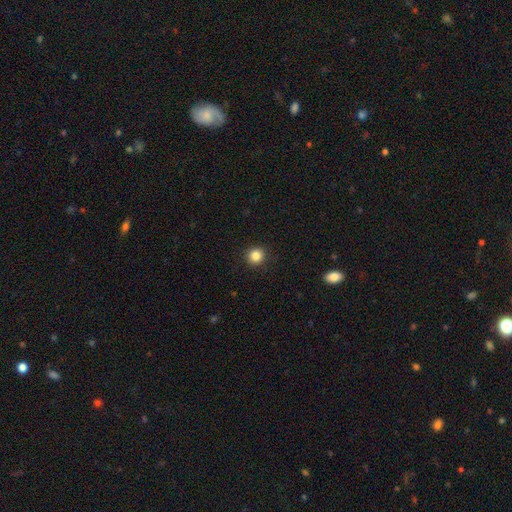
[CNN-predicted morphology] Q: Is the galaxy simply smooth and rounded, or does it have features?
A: smooth — 85%.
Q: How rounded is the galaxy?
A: round — 93%.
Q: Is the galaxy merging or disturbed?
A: none — 92%.